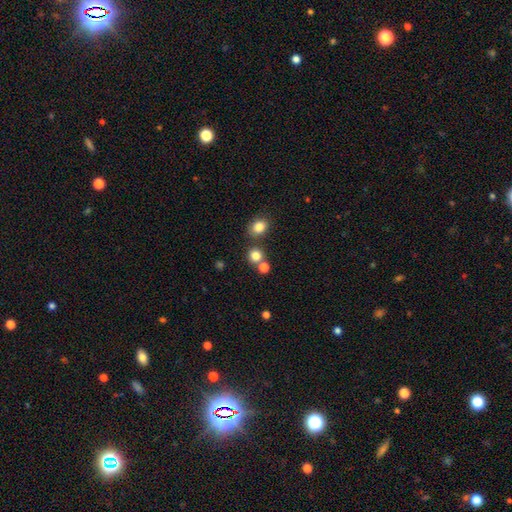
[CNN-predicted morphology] This is likely a smooth galaxy (79%). How rounded: clearly round (87%). Merging: likely none (67%).